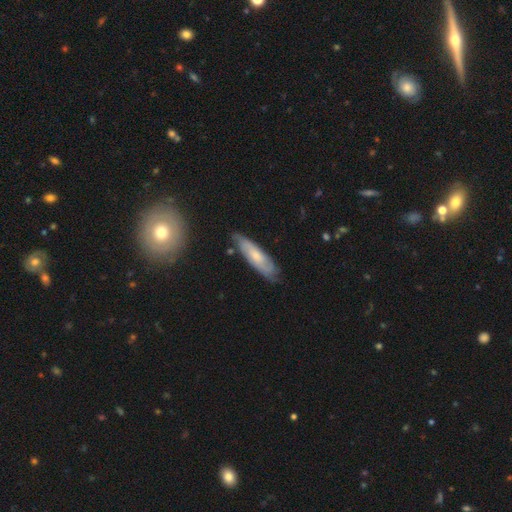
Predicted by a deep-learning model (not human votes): Smooth or featured? Predicted: featured or disk (p=0.48). Merging? Predicted: none (p=0.74).